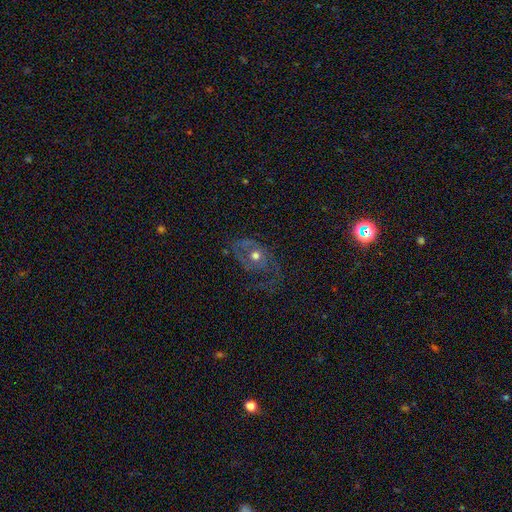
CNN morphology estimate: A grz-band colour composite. It shows a featured or disk galaxy (63%) with no bar (84%), spiral arms (60%) and a moderate central bulge (74%). Merging: none (39%).